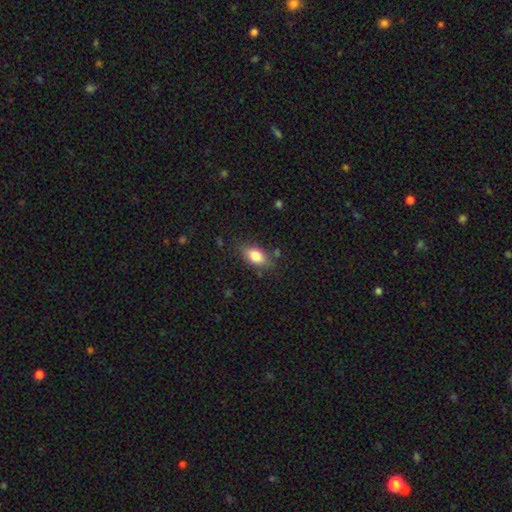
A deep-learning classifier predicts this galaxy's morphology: type=smooth (80%); roundness=in between (85%); merging=none (77%).